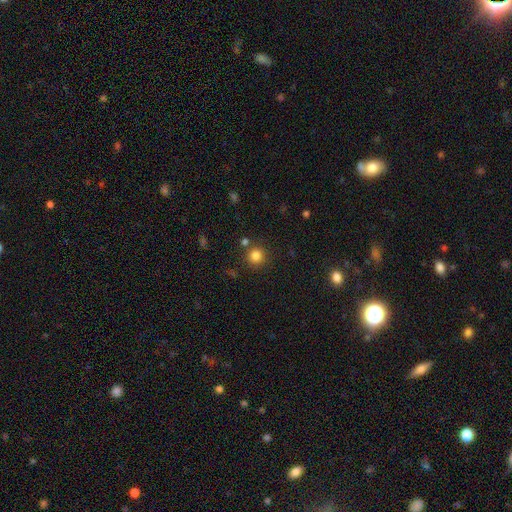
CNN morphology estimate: smooth_or_featured: smooth (p=0.82) [alt: star or artifact p=0.13]
how_rounded: round (p=0.93) [alt: in between p=0.06]
merging: none (p=0.83) [alt: minor disturbance p=0.08]